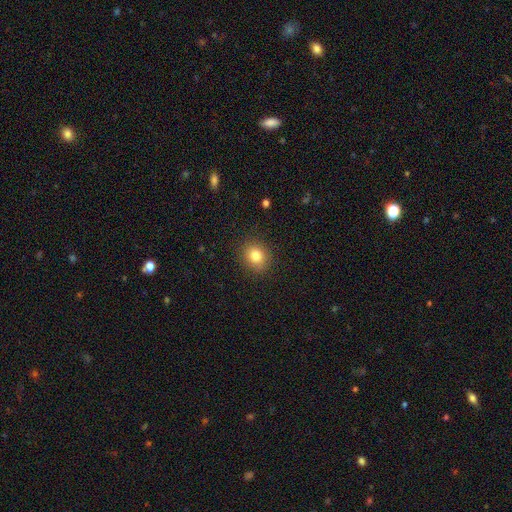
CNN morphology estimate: A smooth galaxy with no disk features (82%) that is round (68%). Merging: none (87%).